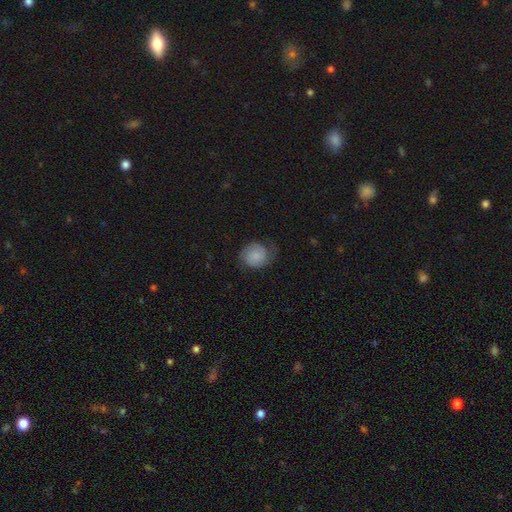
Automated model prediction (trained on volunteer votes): A smooth galaxy with no disk features (55%) that is round (76%). Merging: none (63%).